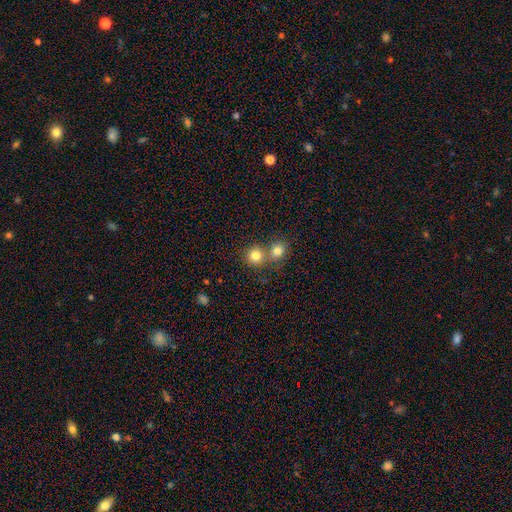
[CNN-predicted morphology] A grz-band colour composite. It shows a smooth galaxy with no disk features (81%) that is round (89%). Merging: none (52%).